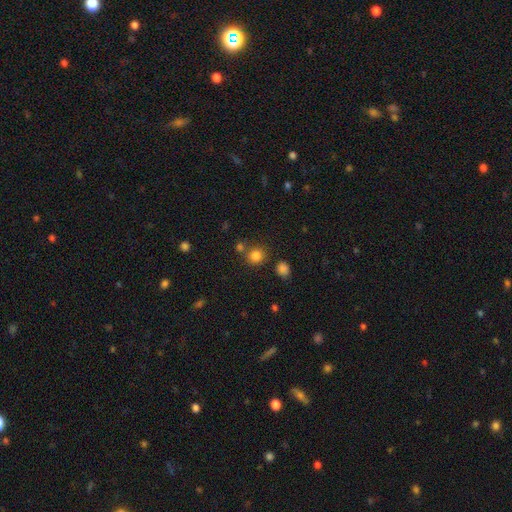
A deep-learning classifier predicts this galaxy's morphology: Smooth or featured? Predicted: smooth (p=0.81). How rounded? Predicted: round (p=0.84). Merging? Predicted: none (p=0.71).